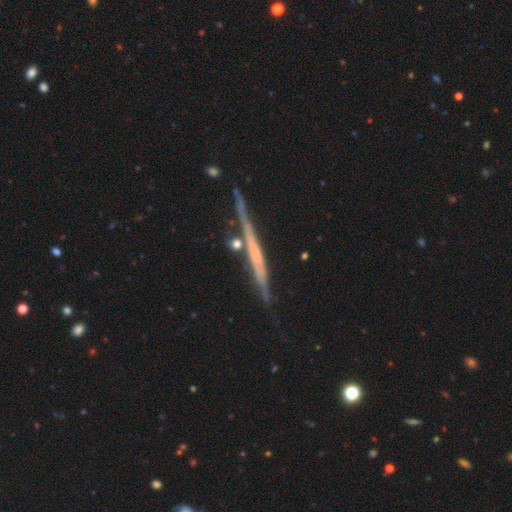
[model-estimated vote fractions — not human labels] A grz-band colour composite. It shows a featured or disk galaxy (68%) viewed edge-on (97%) with no central bulge (81%). Merging: none (78%).